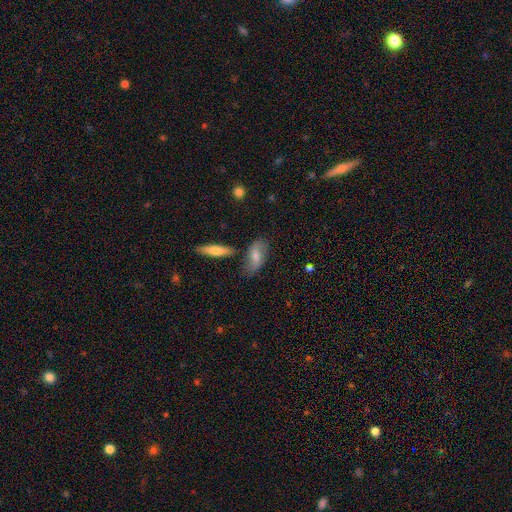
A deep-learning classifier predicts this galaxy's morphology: type=smooth (54%); roundness=in between (78%); merging=none (71%).